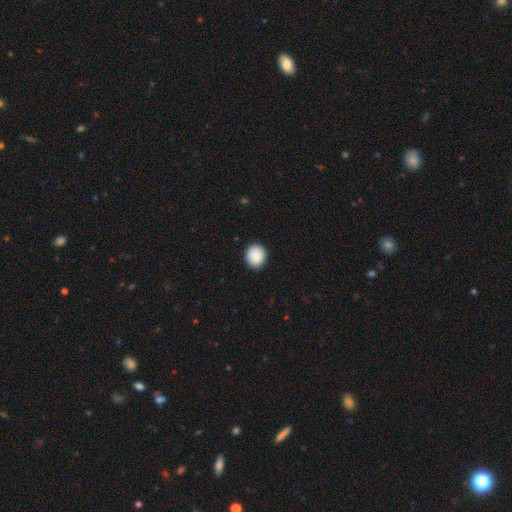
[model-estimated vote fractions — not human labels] smooth 90%, star or artifact 7%, featured or disk 3%. Down the decision tree: how rounded — round (84%); merging — none (91%).